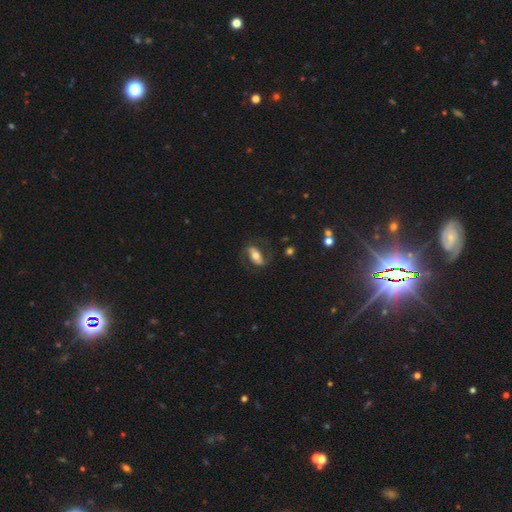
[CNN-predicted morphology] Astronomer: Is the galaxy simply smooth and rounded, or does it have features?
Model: featured or disk — 53% (runner-up: smooth, 39%).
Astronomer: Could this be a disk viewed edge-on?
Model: no — 85%.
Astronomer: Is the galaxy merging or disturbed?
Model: none — 70%.